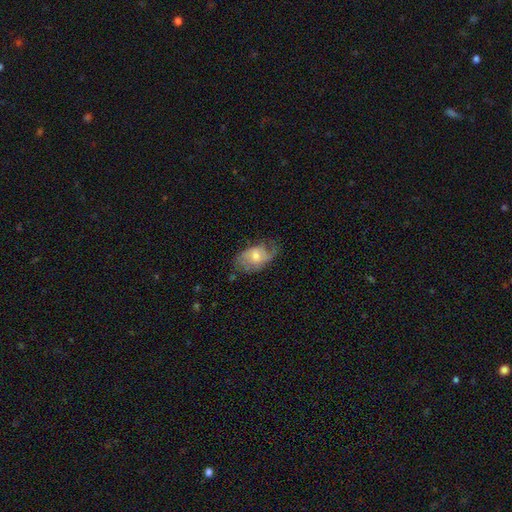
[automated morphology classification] Q: Smooth or featured?
A: featured or disk (55%); runner-up: smooth (39%)
Q: Edge-on disk?
A: no (94%); runner-up: yes (6%)
Q: Bar?
A: no (59%); runner-up: weak (35%)
Q: Spiral arms?
A: yes (75%); runner-up: no (25%)
Q: Bulge size?
A: moderate (58%); runner-up: small (29%)
Q: Merging?
A: none (49%); runner-up: minor disturbance (30%)